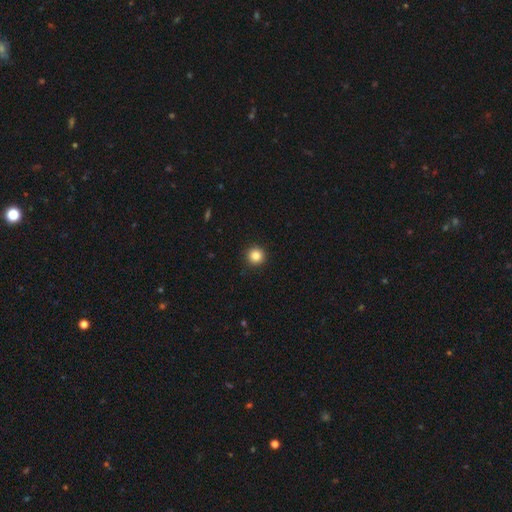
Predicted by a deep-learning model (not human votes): Smooth or featured? Predicted: smooth (p=0.85). How rounded? Predicted: round (p=0.96). Merging? Predicted: none (p=0.93).